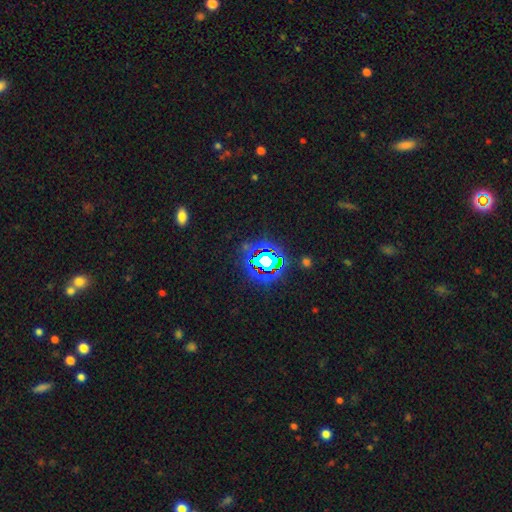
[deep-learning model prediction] This appears to be a star or artifact, not a galaxy (80%).